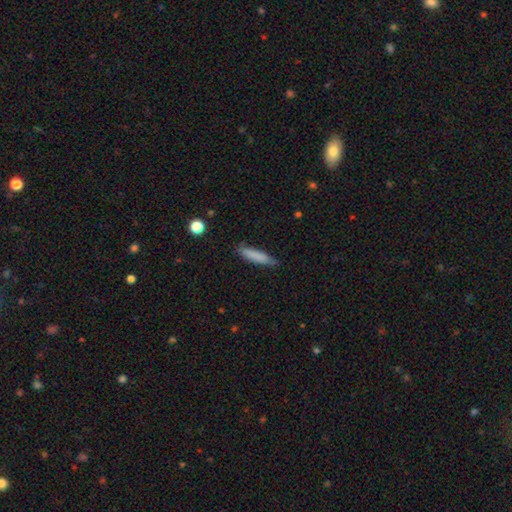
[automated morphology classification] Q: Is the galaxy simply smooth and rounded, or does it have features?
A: smooth — 81%.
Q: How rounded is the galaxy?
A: cigar-shaped — 84%.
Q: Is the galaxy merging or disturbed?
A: none — 80%.